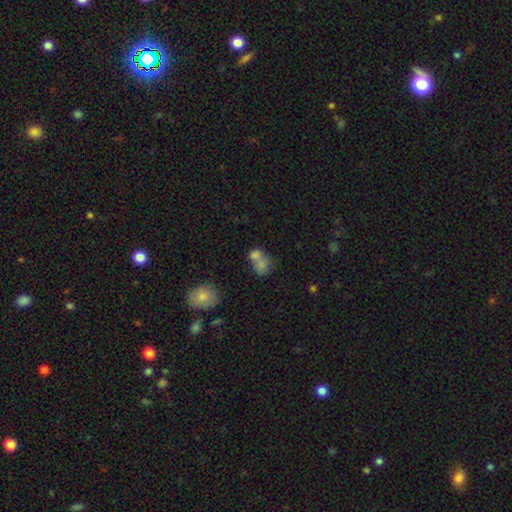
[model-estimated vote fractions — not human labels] Overall: smooth (73%). How rounded: in between (54%; round 45%). Merging: merger (64%).